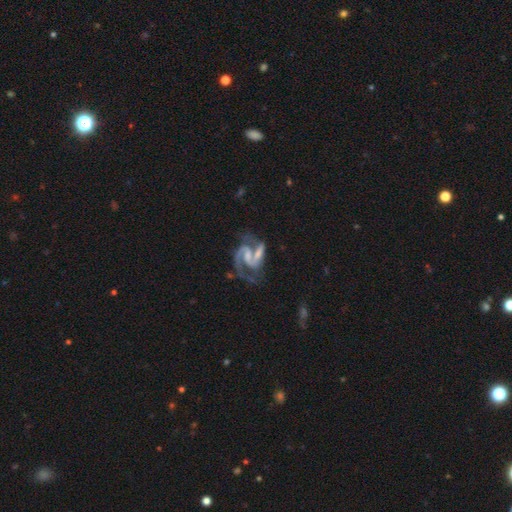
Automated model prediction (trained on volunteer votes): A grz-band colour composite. It shows a featured or disk galaxy (89%) with a weak bar (43%), 2 (87%) medium (57%) spiral arms (97%) and a small central bulge (41%). Merging: none (39%).